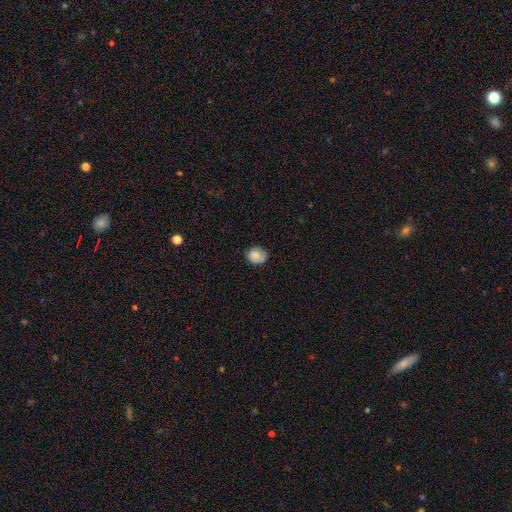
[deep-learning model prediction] Smooth or featured? Predicted: smooth (p=0.79). How rounded? Predicted: round (p=0.60). Merging? Predicted: none (p=0.73).